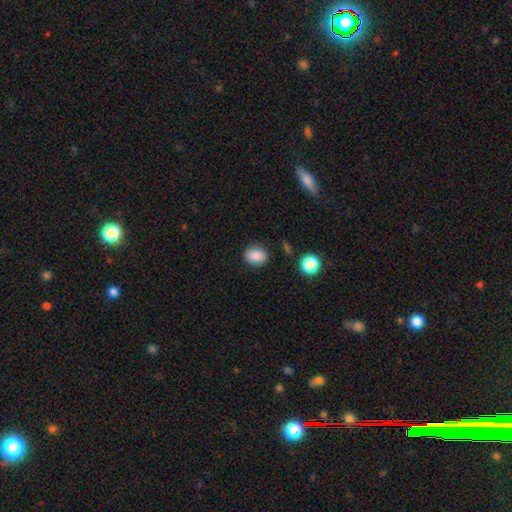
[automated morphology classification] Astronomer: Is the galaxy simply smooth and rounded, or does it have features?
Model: smooth — 86%.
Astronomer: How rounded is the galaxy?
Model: round — 59% (runner-up: in between, 40%).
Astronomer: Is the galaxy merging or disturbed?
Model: none — 85%.